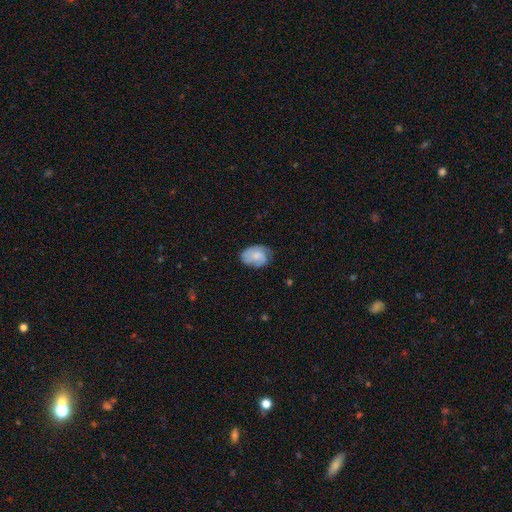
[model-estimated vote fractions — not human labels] A smooth galaxy with no disk features (58%) that is in between round and cigar-shaped (76%). Merging: none (59%).